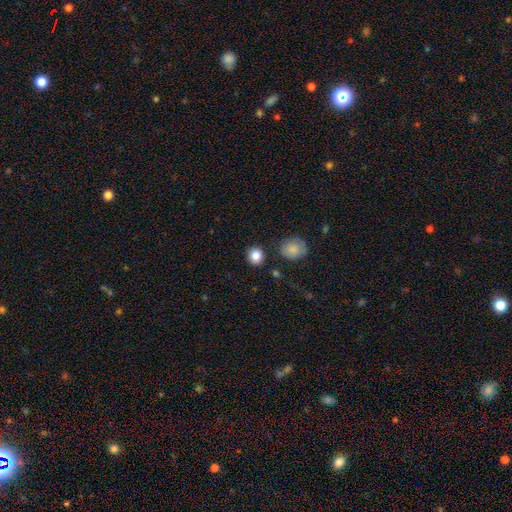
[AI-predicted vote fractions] Morphology: type=smooth (86%); roundness=round (83%); merging=none (86%).